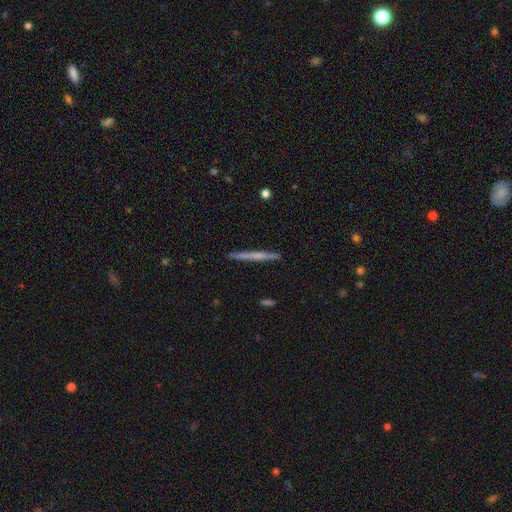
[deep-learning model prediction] featured or disk 54%, smooth 40%, star or artifact 6%. Down the decision tree: edge-on disk — yes (98%); edge-on bulge — none (65%); merging — none (92%).